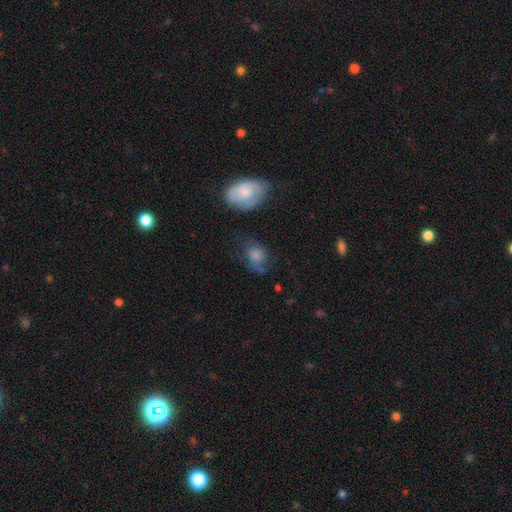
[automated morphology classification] smooth 62%, featured or disk 27%, star or artifact 11%. Down the decision tree: how rounded — in between (49%, tied with round); merging — none (44%).